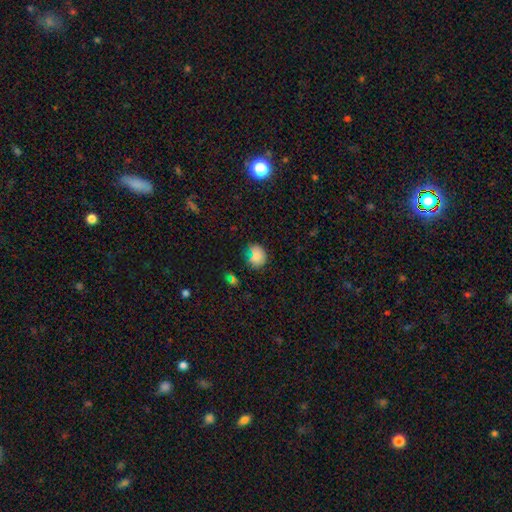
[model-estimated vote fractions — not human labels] Smooth or featured? Predicted: smooth (p=0.75). How rounded? Predicted: round (p=0.65). Merging? Predicted: none (p=0.71).